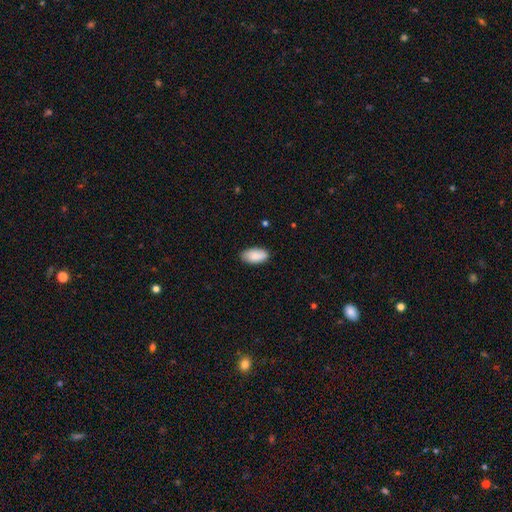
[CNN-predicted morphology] This appears to be a smooth galaxy with no disk features (88%) that is in between round and cigar-shaped (93%). Merging: none (83%).